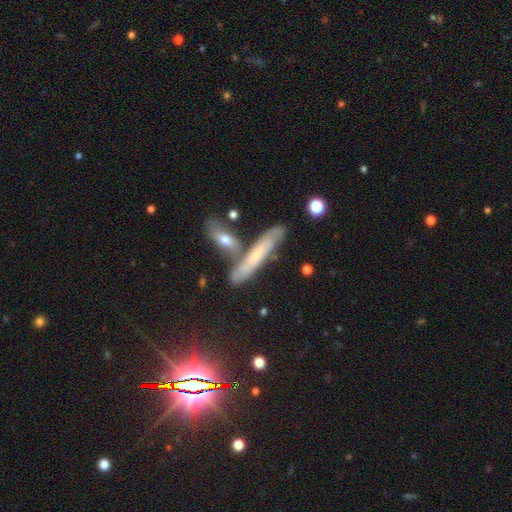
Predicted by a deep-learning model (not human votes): smooth_or_featured: featured or disk (p=0.47) [alt: smooth p=0.44]
merging: none (p=0.63) [alt: merger p=0.19]